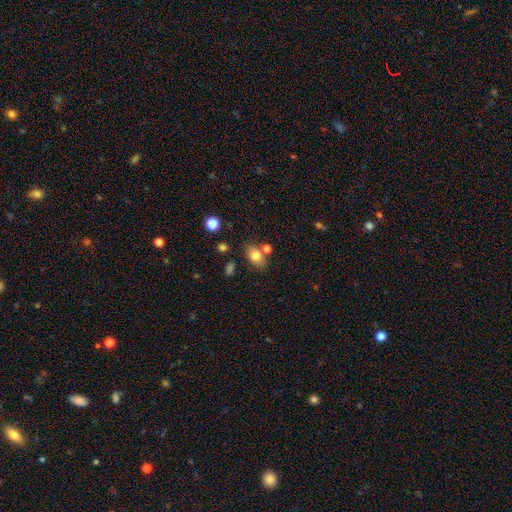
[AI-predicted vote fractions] smooth-or-featured: smooth: 79% | featured or disk: 11% | star or artifact: 10%
  how-rounded: in between: 78% | round: 20% | cigar-shaped: 2%
  merging: none: 66% | merger: 16% | minor disturbance: 14% | major disturbance: 4%